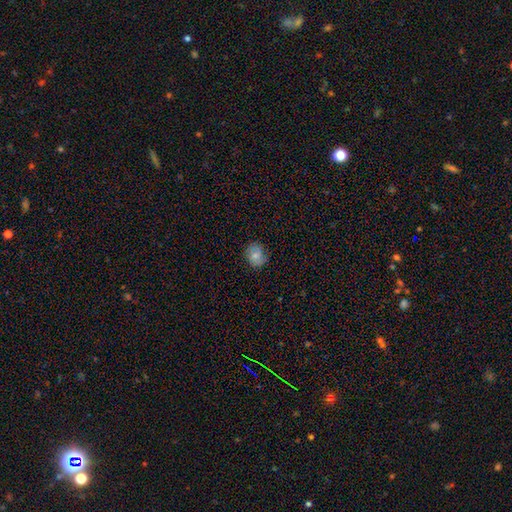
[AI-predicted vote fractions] Smooth or featured? Predicted: smooth (p=0.76). How rounded? Predicted: round (p=0.57). Merging? Predicted: none (p=0.77).